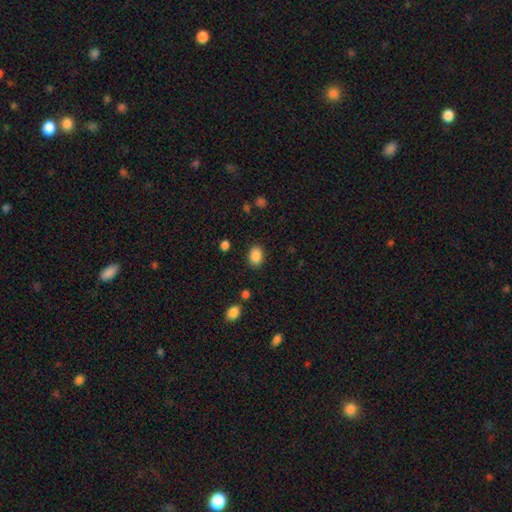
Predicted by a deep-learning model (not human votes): Smooth or featured: smooth — 88% (star or artifact — 8%)
How rounded: in between — 75% (round — 24%)
Merging: none — 86% (minor disturbance — 9%)